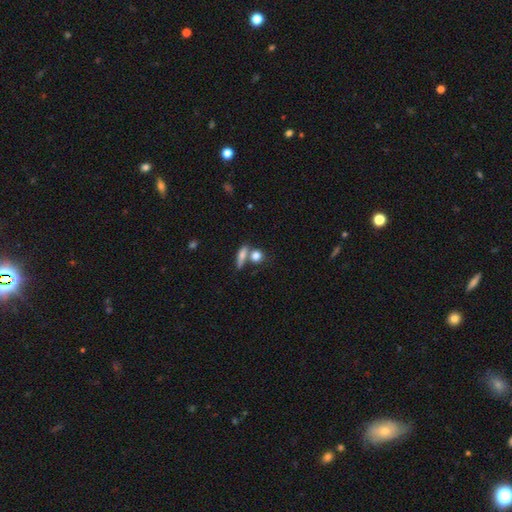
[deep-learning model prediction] smooth 79%, featured or disk 12%, star or artifact 9%. Down the decision tree: how rounded — round (61%); merging — none (53%).